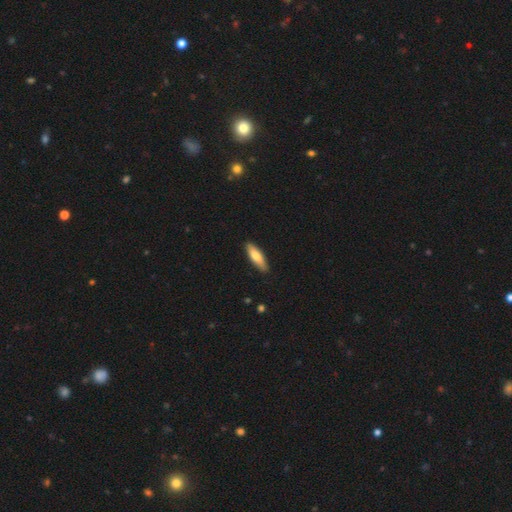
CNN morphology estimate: Smooth or featured? Predicted: smooth (p=0.75). How rounded? Predicted: cigar-shaped (p=0.59). Merging? Predicted: none (p=0.87).